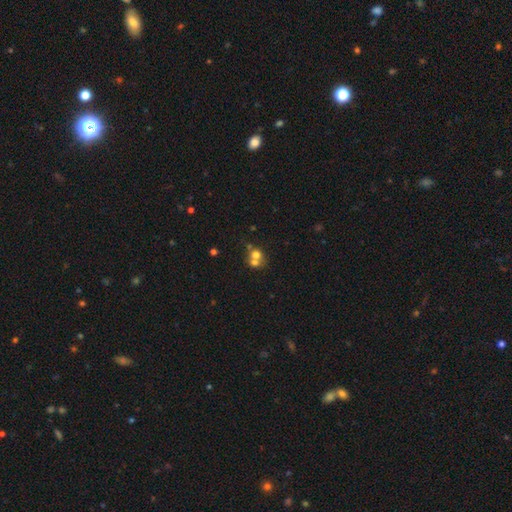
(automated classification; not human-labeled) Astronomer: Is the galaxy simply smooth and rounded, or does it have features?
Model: smooth — 63%.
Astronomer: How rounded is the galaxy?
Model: round — 74%.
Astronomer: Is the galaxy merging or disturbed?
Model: merger — 59%.